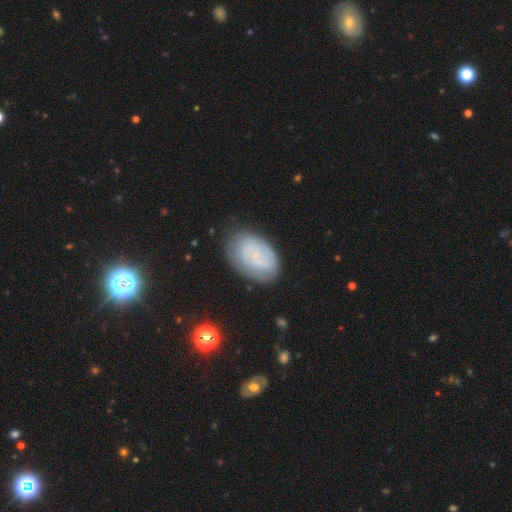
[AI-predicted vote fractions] smooth 52%, featured or disk 39%, star or artifact 9%. Down the decision tree: how rounded — in between (89%); merging — none (72%).